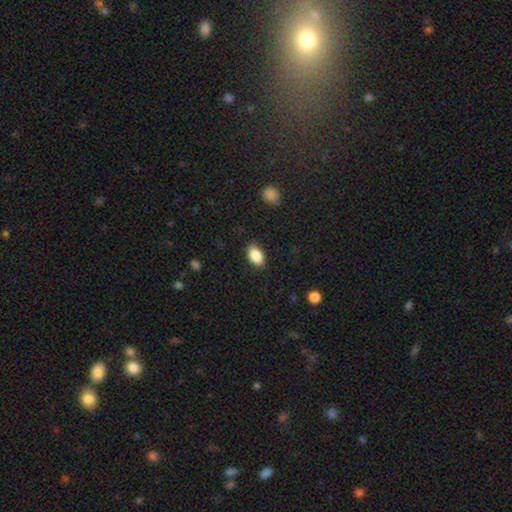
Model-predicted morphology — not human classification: smooth_or_featured: smooth (p=0.88) [alt: star or artifact p=0.07]
how_rounded: in between (p=0.91) [alt: round p=0.08]
merging: none (p=0.85) [alt: minor disturbance p=0.11]